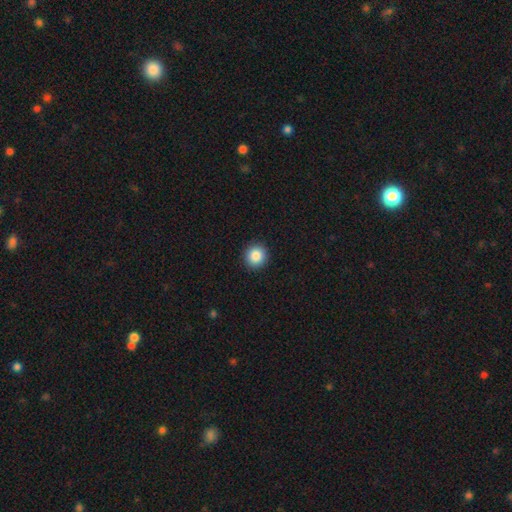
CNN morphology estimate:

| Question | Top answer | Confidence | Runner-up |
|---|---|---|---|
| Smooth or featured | smooth | 87% | star or artifact (9%) |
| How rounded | round | 92% | in between (7%) |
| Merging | none | 92% | minor disturbance (5%) |